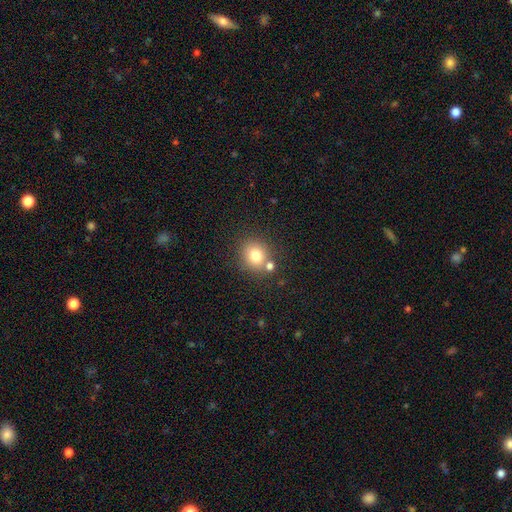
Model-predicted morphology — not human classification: A smooth galaxy with no disk features (78%) that is round (79%). Merging: none (70%).